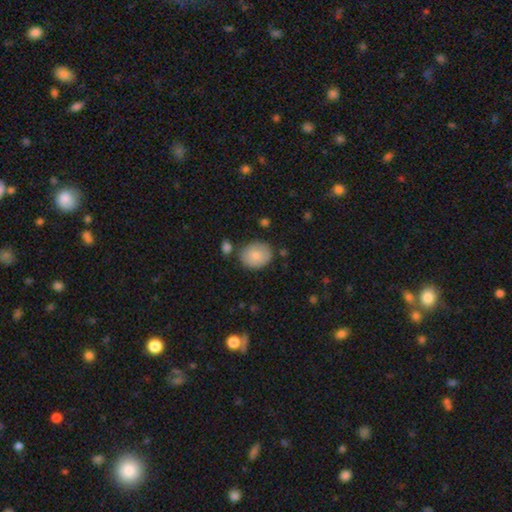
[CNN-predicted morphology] This appears to be a smooth galaxy with no disk features (82%) that is round (61%). Merging: none (75%).